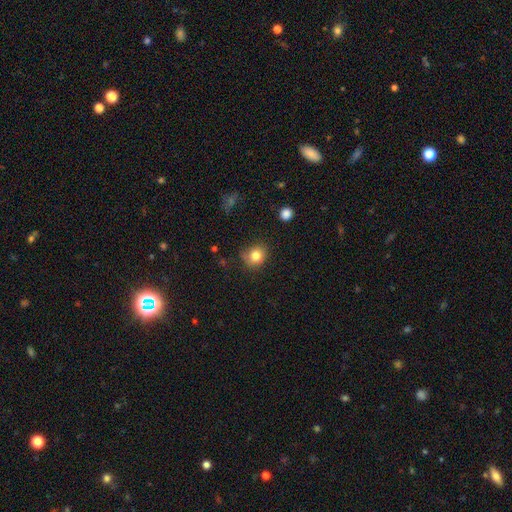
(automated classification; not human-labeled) Smooth or featured? Predicted: smooth (p=0.81). How rounded? Predicted: round (p=0.73). Merging? Predicted: none (p=0.69).